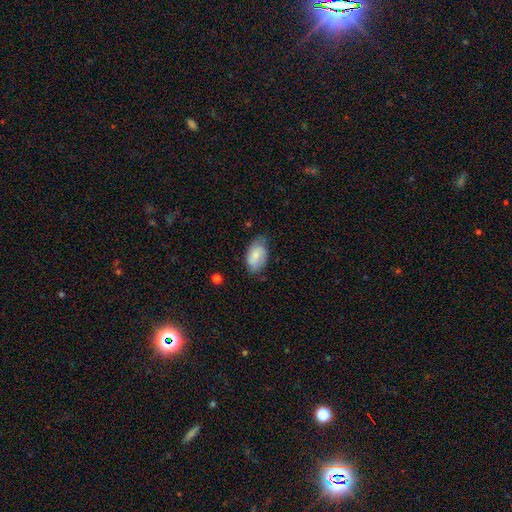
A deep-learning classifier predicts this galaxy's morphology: smooth 70%, featured or disk 24%, star or artifact 7%. Down the decision tree: how rounded — in between (92%); merging — none (67%).